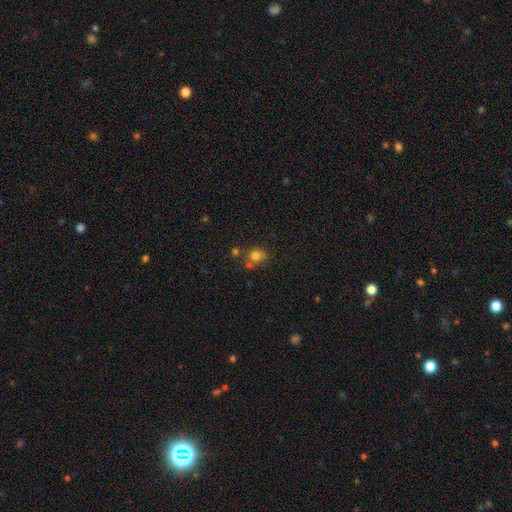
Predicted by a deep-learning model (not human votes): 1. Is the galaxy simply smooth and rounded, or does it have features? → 74% smooth, 14% star or artifact, 12% featured or disk.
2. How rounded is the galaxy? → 69% round, 30% in between, 1% cigar-shaped.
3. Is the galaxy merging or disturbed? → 48% none, 24% merger, 20% minor disturbance, 8% major disturbance.